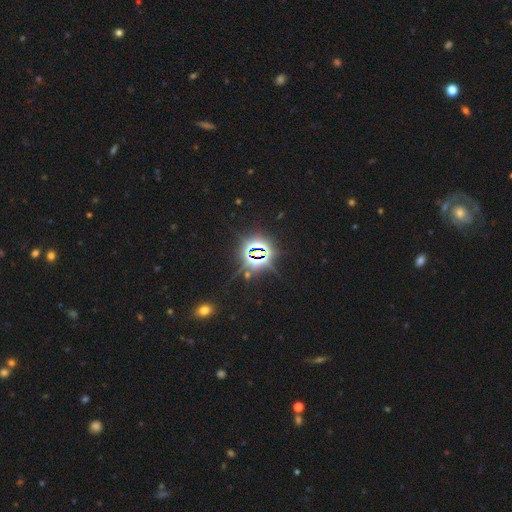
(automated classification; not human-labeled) This appears to be a star or artifact, not a galaxy (84%).